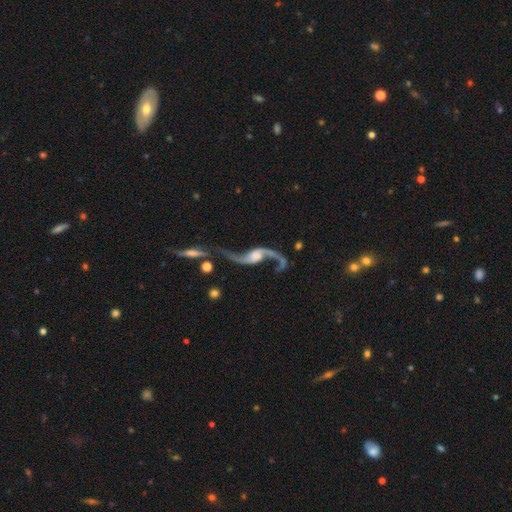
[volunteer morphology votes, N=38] Smooth or featured?
  - featured or disk: 92% *
  - star or artifact: 5%
  - smooth: 3%
Edge-on disk?
  - no: 89% *
  - yes: 11%
Bar?
  - no: 58% *
  - strong: 23%
  - weak: 19%
Spiral arms?
  - yes: 90% *
  - no: 10%
Spiral winding?
  - loose: 96% *
  - medium: 4%
  - tight: 0%
Spiral arm count?
  - 2: 100% *
  - 1: 0%
  - 3: 0%
  - 4: 0%
  - more than 4: 0%
  - can't tell: 0%
Bulge size?
  - large: 29% * (tied)
  - none: 29% * (tied)
  - moderate: 19%
  - small: 13%
  - dominant: 10%
Merging?
  - none: 36% *
  - merger: 31%
  - minor disturbance: 17%
  - major disturbance: 17%